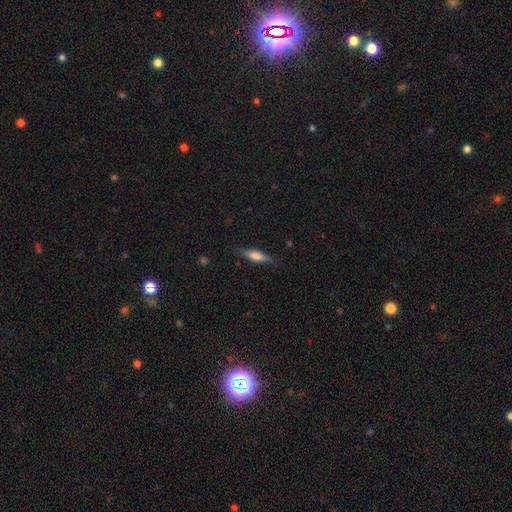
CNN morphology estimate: Smooth or featured: smooth — 60% (featured or disk — 33%)
How rounded: cigar-shaped — 70% (in between — 28%)
Merging: none — 81% (minor disturbance — 14%)